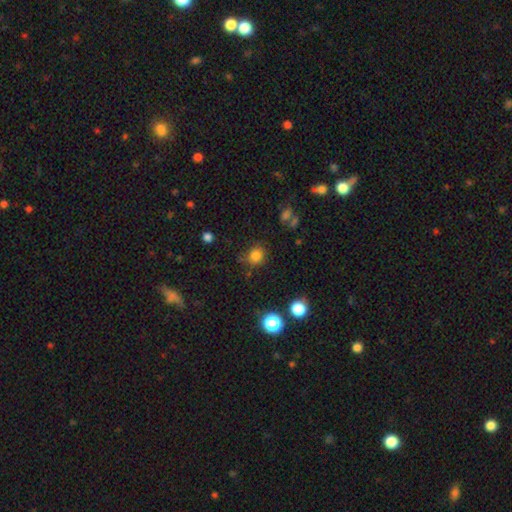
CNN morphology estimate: type=smooth (79%); roundness=round (82%); merging=none (71%).